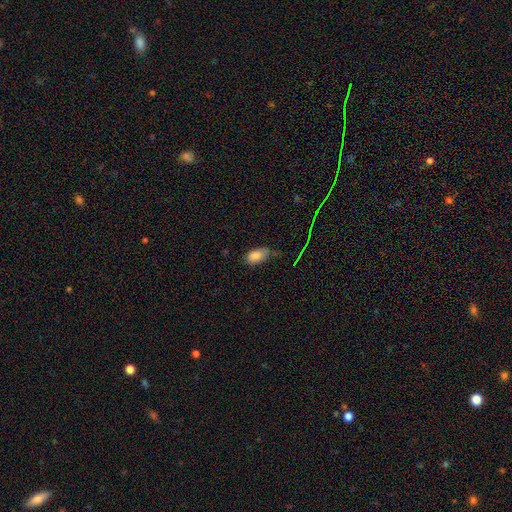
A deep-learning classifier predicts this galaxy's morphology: Smooth or featured?
  - smooth: 83% *
  - star or artifact: 10%
  - featured or disk: 7%
How rounded?
  - in between: 93% *
  - round: 5%
  - cigar-shaped: 3%
Merging?
  - none: 61% *
  - minor disturbance: 30%
  - major disturbance: 6%
  - merger: 4%